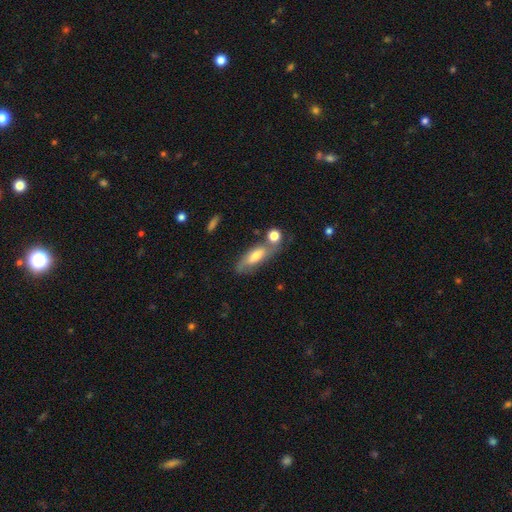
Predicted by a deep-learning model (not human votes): A smooth galaxy with no disk features (52%) that is in between round and cigar-shaped (61%).

Vote fractions:
- Smooth or featured? smooth: 52% / featured or disk: 40% / star or artifact: 8%
- How rounded? in between: 61% / cigar-shaped: 35% / round: 4%
- Merging? none: 52% / merger: 24% / minor disturbance: 18% / major disturbance: 7%